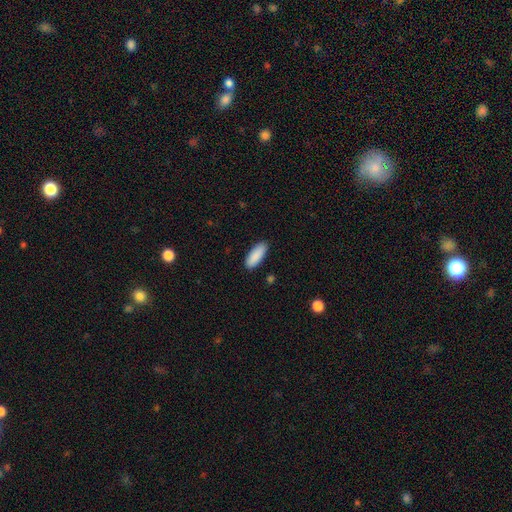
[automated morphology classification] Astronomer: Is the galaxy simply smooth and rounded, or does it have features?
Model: smooth — 90%.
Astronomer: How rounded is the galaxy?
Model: in between — 76%.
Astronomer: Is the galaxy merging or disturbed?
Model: none — 88%.